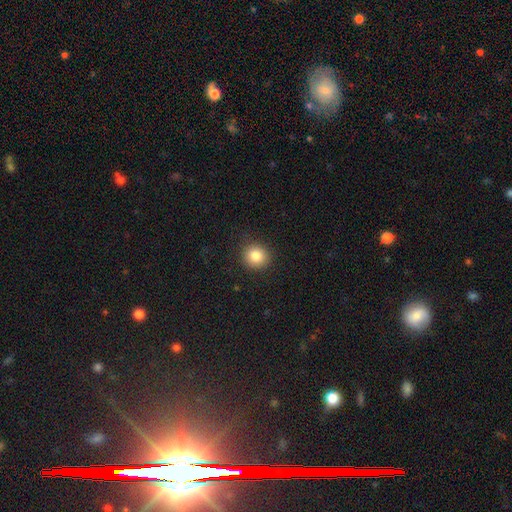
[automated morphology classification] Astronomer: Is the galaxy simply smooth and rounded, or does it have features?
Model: smooth — 85%.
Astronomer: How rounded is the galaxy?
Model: round — 87%.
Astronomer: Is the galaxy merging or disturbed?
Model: none — 90%.